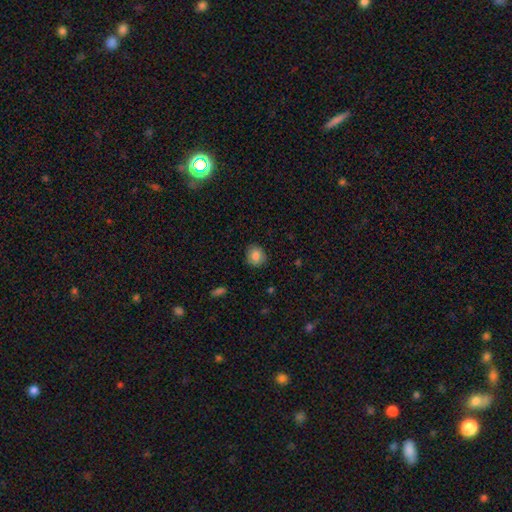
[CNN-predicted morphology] This is clearly a smooth galaxy (84%). How rounded: likely round (75%). Merging: clearly none (87%).